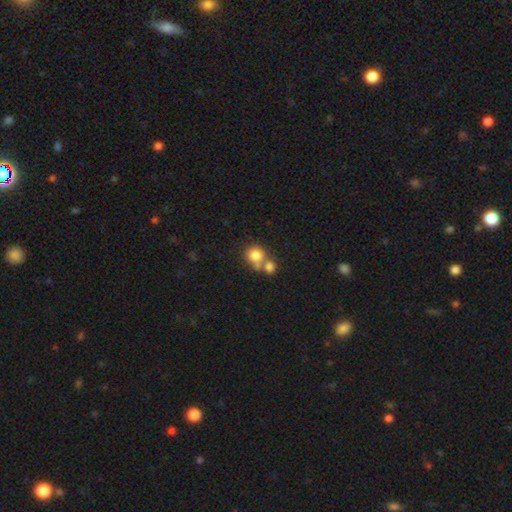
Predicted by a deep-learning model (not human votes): Smooth or featured?
  - smooth: 79% *
  - featured or disk: 11%
  - star or artifact: 10%
How rounded?
  - round: 82% *
  - in between: 17%
  - cigar-shaped: 1%
Merging?
  - merger: 52% *
  - none: 37%
  - minor disturbance: 8%
  - major disturbance: 4%